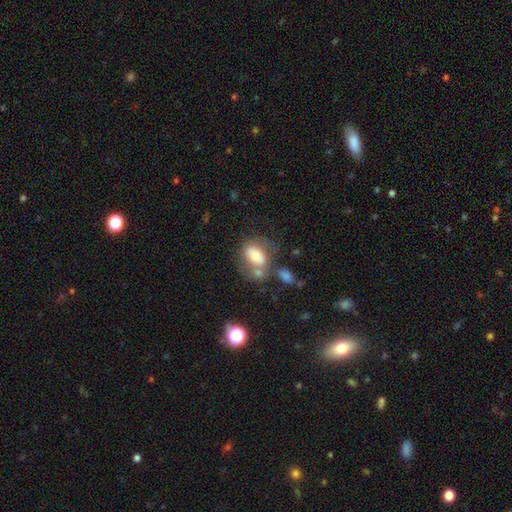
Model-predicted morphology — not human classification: Smooth or featured? Predicted: smooth (p=0.64). How rounded? Predicted: in between (p=0.76). Merging? Predicted: none (p=0.35).